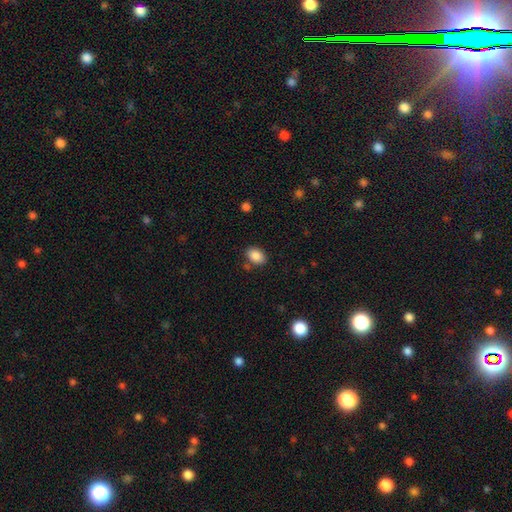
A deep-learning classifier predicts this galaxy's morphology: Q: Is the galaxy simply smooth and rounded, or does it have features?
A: smooth — 86%.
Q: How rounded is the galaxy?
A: in between — 83%.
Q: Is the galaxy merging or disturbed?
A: none — 80%.